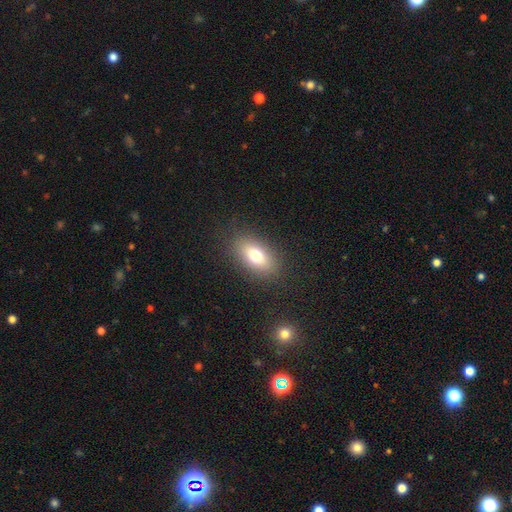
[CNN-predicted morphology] smooth-or-featured: smooth: 73% | featured or disk: 16% | star or artifact: 10%
  how-rounded: in between: 85% | round: 9% | cigar-shaped: 6%
  merging: none: 86% | minor disturbance: 9% | major disturbance: 4% | merger: 1%